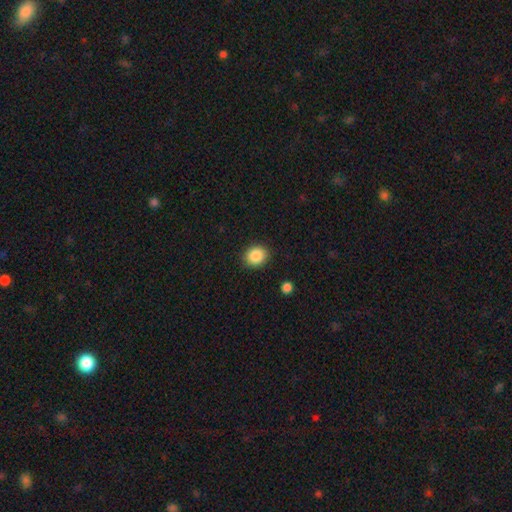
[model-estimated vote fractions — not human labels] A smooth galaxy with no disk features (87%) that is round (70%).

Vote fractions:
- Smooth or featured? smooth: 87% / star or artifact: 9% / featured or disk: 4%
- How rounded? round: 70% / in between: 29% / cigar-shaped: 1%
- Merging? none: 89% / minor disturbance: 7% / major disturbance: 2% / merger: 1%